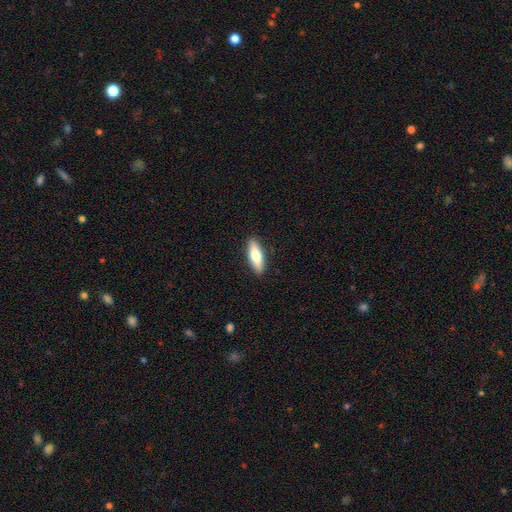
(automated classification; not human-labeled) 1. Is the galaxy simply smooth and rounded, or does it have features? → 72% smooth, 22% featured or disk, 6% star or artifact.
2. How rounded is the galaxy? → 53% in between, 45% cigar-shaped, 2% round.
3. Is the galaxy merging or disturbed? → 90% none, 8% minor disturbance, 2% major disturbance, 1% merger.